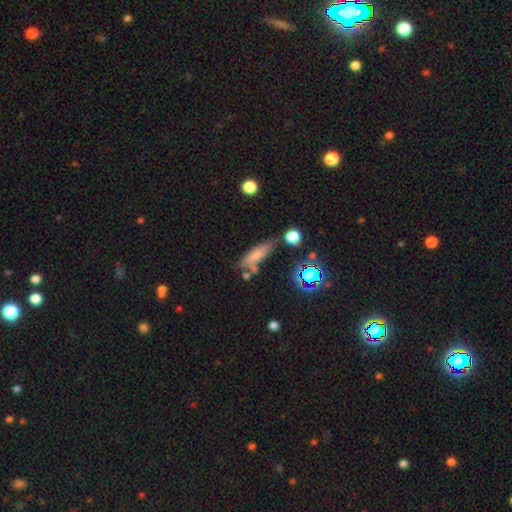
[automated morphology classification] Overall: smooth (68%). How rounded: cigar-shaped (54%; in between 41%). Merging: none (59%; minor disturbance 20%).